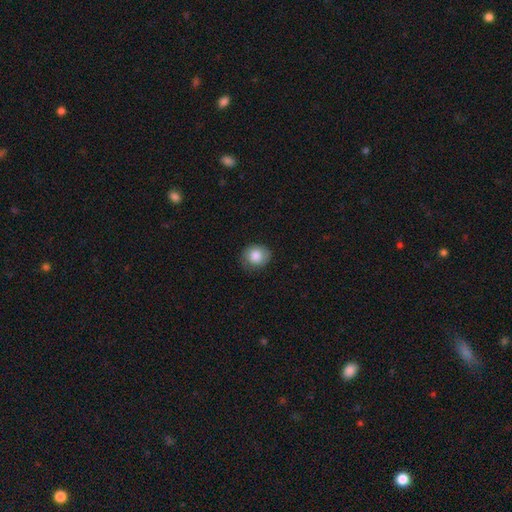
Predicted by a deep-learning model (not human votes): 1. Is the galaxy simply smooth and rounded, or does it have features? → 82% smooth, 11% featured or disk, 8% star or artifact.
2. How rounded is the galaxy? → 75% round, 24% in between, 1% cigar-shaped.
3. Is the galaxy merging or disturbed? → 76% none, 18% minor disturbance, 4% major disturbance, 1% merger.